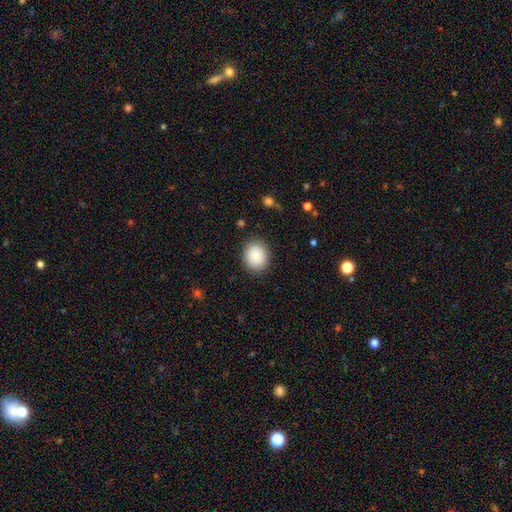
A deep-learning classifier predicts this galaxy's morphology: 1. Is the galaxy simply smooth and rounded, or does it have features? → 80% smooth, 12% featured or disk, 8% star or artifact.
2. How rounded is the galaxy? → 63% round, 36% in between, 1% cigar-shaped.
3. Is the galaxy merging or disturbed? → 86% none, 10% minor disturbance, 3% major disturbance, 1% merger.